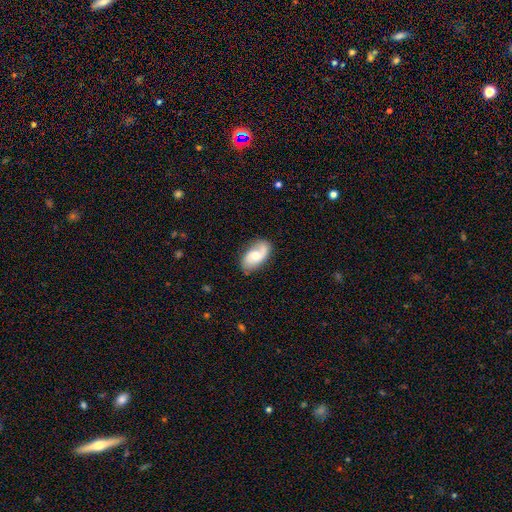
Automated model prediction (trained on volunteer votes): Smooth or featured: featured or disk — 60% (smooth — 33%)
Edge-on disk: no — 95% (yes — 5%)
Bar: no — 62% (weak — 32%)
Spiral arms: yes — 89% (no — 11%)
Spiral winding: medium — 40% (loose — 38%)
Spiral arm count: 2 — 70% (1 — 19%)
Bulge size: moderate — 59% (small — 28%)
Merging: none — 72% (minor disturbance — 20%)